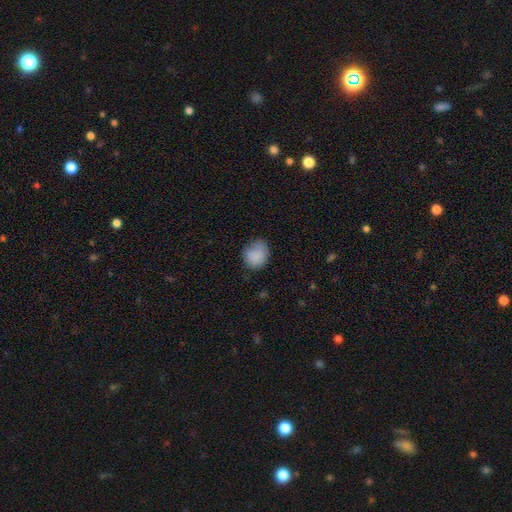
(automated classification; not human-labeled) The model was most divided on "how rounded": round: 64%, in between: 35%, cigar-shaped: 1%. More confident: smooth or featured — smooth (85%); merging — none (62%).